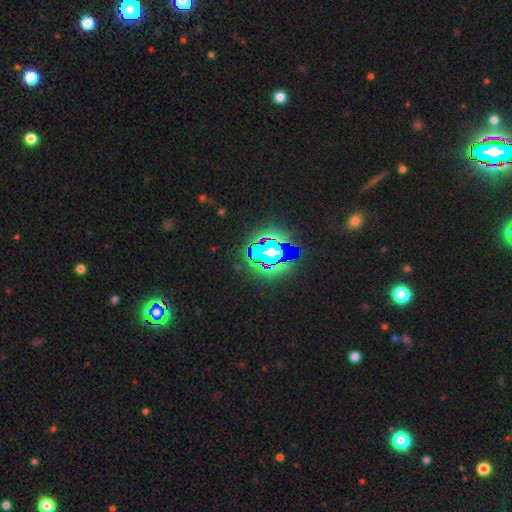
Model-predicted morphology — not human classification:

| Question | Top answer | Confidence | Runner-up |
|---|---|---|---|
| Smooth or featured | star or artifact | 59% | smooth (21%) |